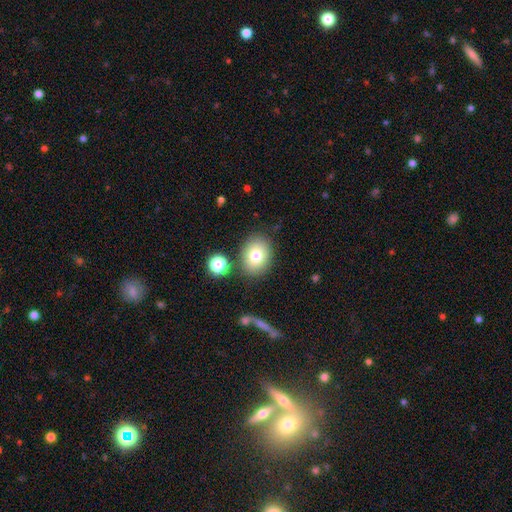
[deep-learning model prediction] smooth_or_featured: smooth (p=0.77) [alt: featured or disk p=0.12]
how_rounded: round (p=0.54) [alt: in between p=0.45]
merging: none (p=0.81) [alt: minor disturbance p=0.10]